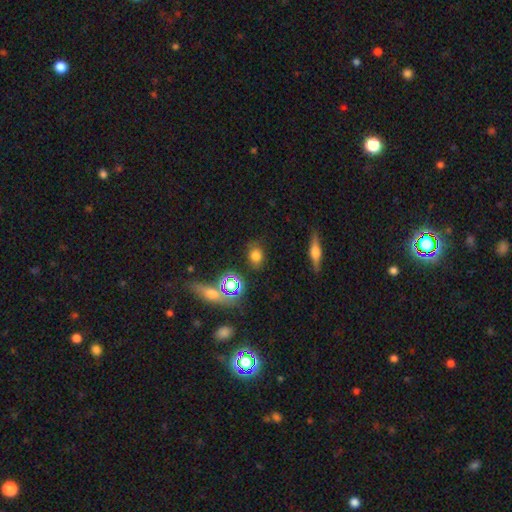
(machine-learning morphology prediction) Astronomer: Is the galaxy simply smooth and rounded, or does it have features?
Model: smooth — 72%.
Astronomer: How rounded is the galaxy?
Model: in between — 50% (runner-up: round, 47%).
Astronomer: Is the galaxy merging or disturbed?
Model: none — 80%.